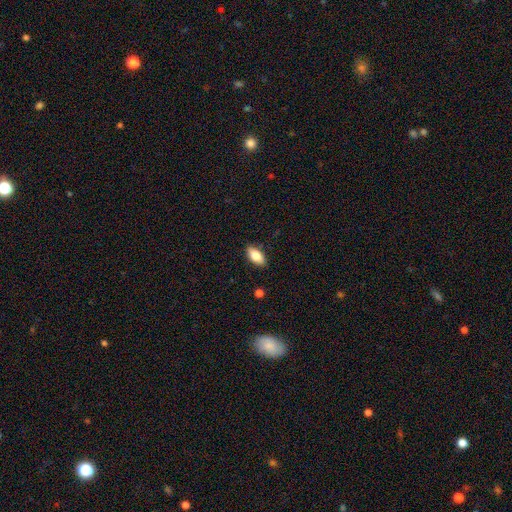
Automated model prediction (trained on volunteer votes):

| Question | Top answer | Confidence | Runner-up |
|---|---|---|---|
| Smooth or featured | smooth | 80% | featured or disk (13%) |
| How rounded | in between | 90% | cigar-shaped (7%) |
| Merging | none | 87% | minor disturbance (10%) |